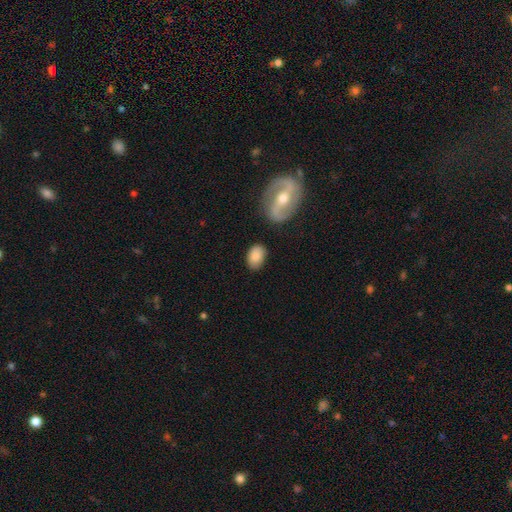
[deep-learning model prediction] A smooth galaxy with no disk features (81%) that is in between round and cigar-shaped (85%).

Vote fractions:
- Smooth or featured? smooth: 81% / featured or disk: 12% / star or artifact: 7%
- How rounded? in between: 85% / round: 13% / cigar-shaped: 1%
- Merging? none: 79% / minor disturbance: 14% / major disturbance: 4% / merger: 4%